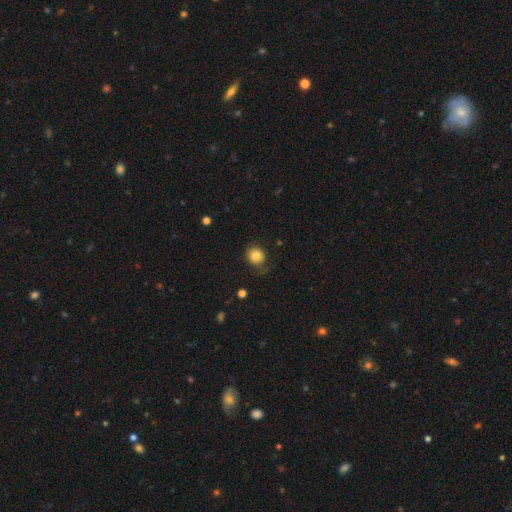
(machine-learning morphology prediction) Q: Smooth or featured?
A: smooth (81%); runner-up: star or artifact (10%)
Q: How rounded?
A: round (80%); runner-up: in between (19%)
Q: Merging?
A: none (69%); runner-up: minor disturbance (21%)